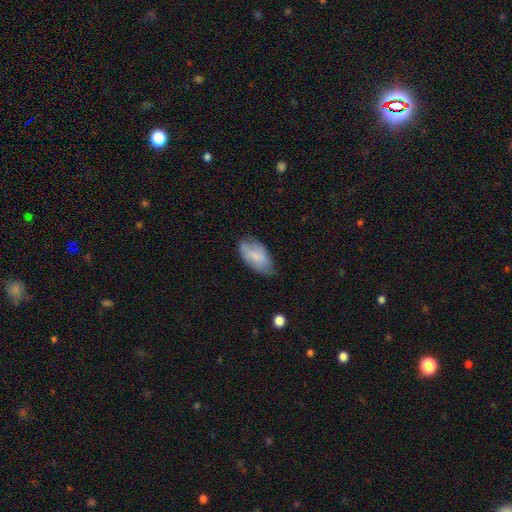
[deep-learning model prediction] Smooth or featured: smooth — 64% (featured or disk — 29%)
How rounded: in between — 94% (round — 3%)
Merging: none — 56% (minor disturbance — 34%)